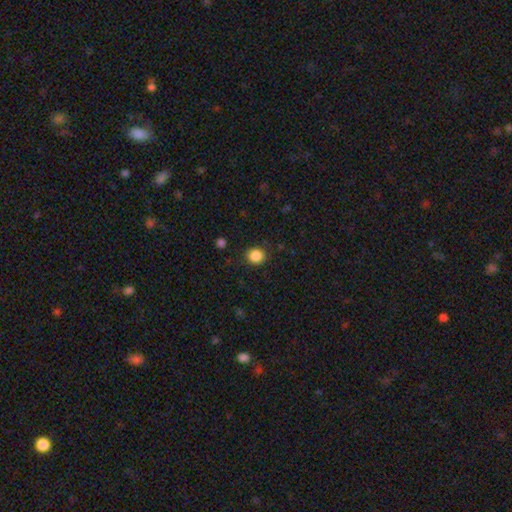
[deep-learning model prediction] The model was most divided on "how rounded": round: 86%, in between: 14%, cigar-shaped: 1%. More confident: merging — none (89%); smooth or featured — smooth (86%).